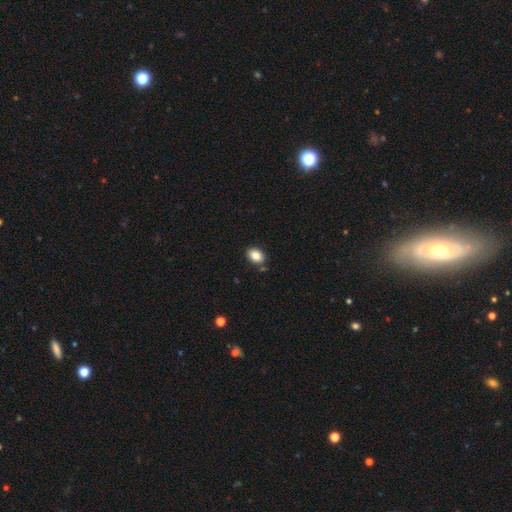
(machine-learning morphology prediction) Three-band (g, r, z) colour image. It shows a smooth galaxy with no disk features (86%) that is in between round and cigar-shaped (69%). Merging: none (83%).